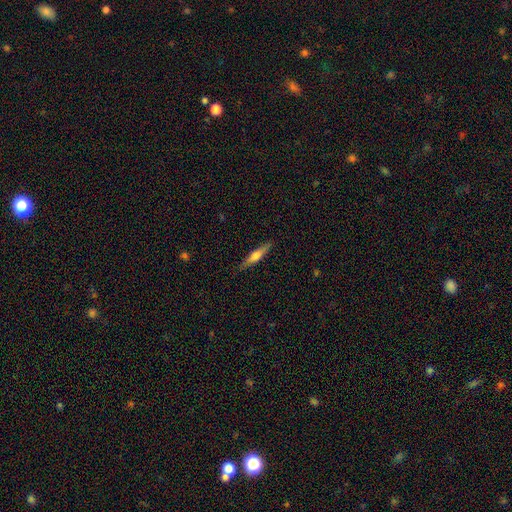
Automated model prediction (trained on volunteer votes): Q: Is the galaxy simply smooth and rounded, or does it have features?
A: featured or disk — 51%.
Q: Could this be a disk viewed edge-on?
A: yes — 95%.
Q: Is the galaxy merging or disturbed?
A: none — 88%.